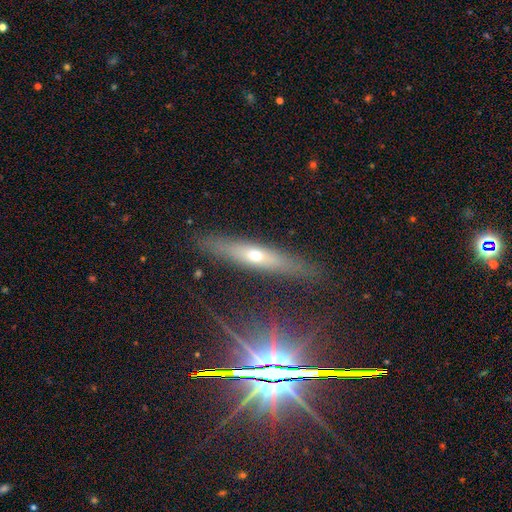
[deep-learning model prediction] The model was most divided on "smooth or featured": featured or disk: 50%, smooth: 41%, star or artifact: 9%. More confident: merging — none (85%).